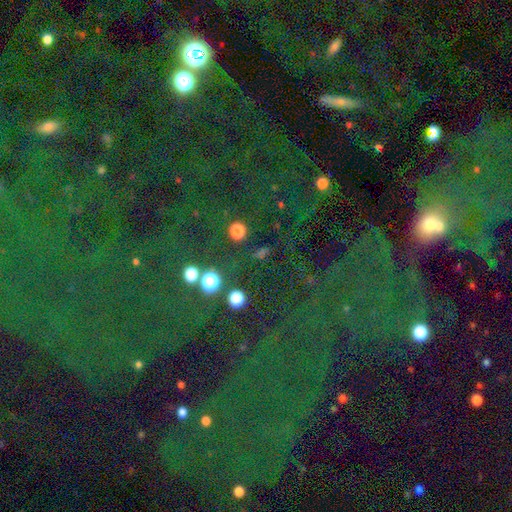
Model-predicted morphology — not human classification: smooth_or_featured: star or artifact (p=0.80) [alt: smooth p=0.12]